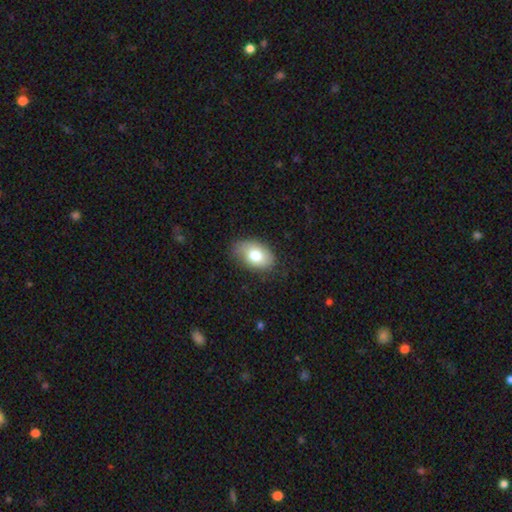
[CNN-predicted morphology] This appears to be a smooth galaxy with no disk features (77%) that is in between round and cigar-shaped (90%). Merging: none (73%).